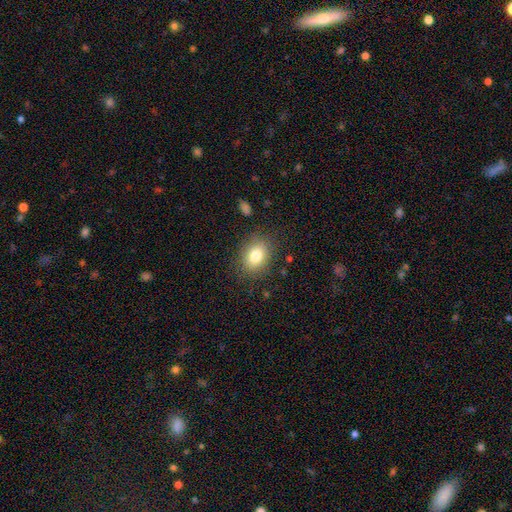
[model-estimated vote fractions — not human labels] This is clearly a smooth galaxy (80%). How rounded: likely in between (65%). Merging: clearly none (83%).